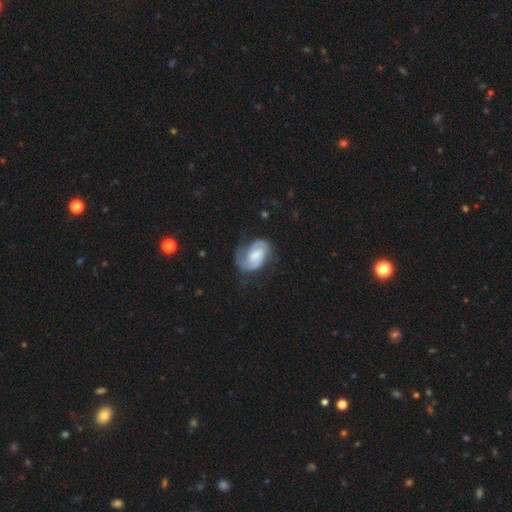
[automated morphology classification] This appears to be a featured or disk galaxy (78%) with a weak bar (53%), 2 (79%) medium (46%) spiral arms (94%) and a moderate central bulge (34%). Merging: none (60%).